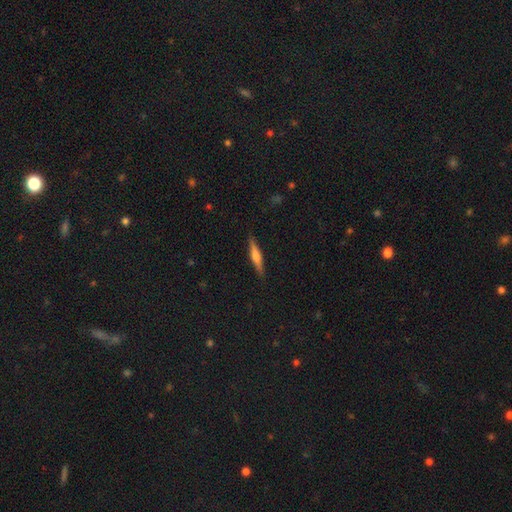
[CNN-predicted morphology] A featured or disk galaxy (50%).

Vote fractions:
- Smooth or featured? featured or disk: 50% / smooth: 44% / star or artifact: 6%
- Merging? none: 90% / minor disturbance: 8% / major disturbance: 2% / merger: 1%